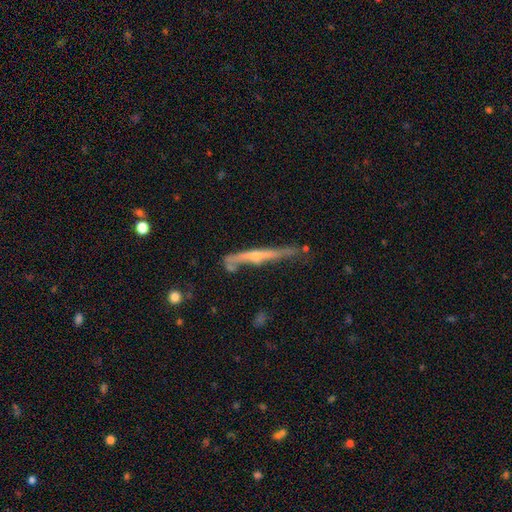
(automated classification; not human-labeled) Smooth or featured: featured or disk — 70% (smooth — 24%)
Edge-on disk: yes — 92% (no — 8%)
Edge-on bulge: rounded — 60% (none — 33%)
Merging: none — 56% (minor disturbance — 27%)